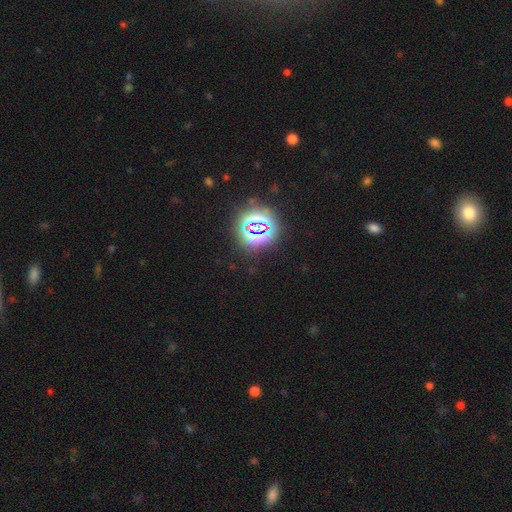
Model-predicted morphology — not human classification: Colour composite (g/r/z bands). It shows a star or artifact, not a galaxy (78%).